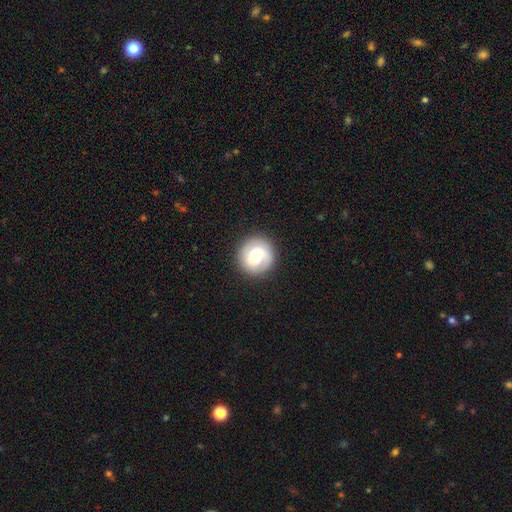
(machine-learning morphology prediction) Smooth or featured? featured or disk (54%)
Edge-on disk? no (98%)
Bar? no (51%)
Spiral arms? yes (87%)
Bulge size? moderate (48%)
Merging? none (85%)